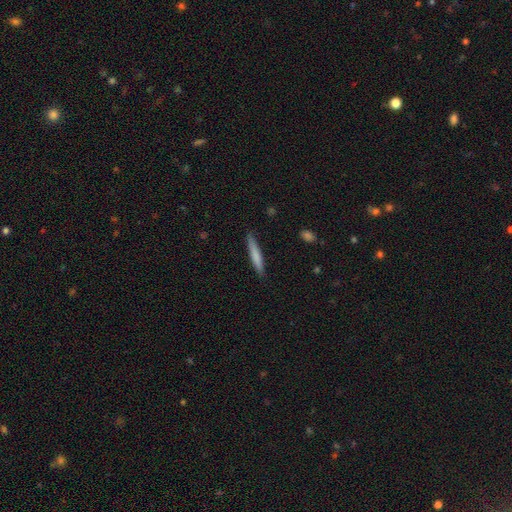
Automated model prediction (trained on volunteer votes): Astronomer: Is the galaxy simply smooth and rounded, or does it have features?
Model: smooth — 73%.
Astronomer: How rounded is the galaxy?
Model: cigar-shaped — 94%.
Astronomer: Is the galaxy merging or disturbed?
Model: none — 88%.